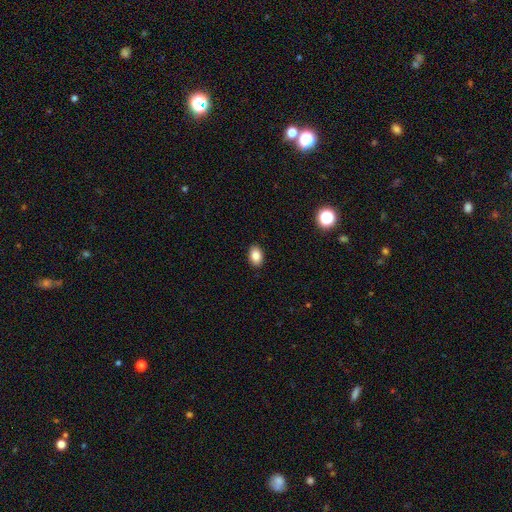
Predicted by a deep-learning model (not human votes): This appears to be a smooth galaxy with no disk features (86%) that is in between round and cigar-shaped (85%). Merging: none (90%).